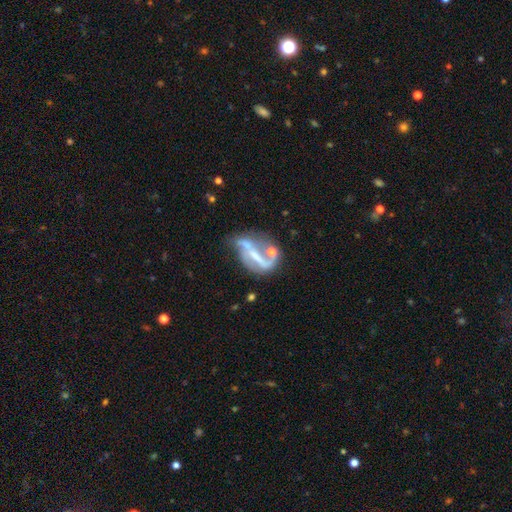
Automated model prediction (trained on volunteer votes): Smooth or featured: featured or disk — 74% (smooth — 16%)
Edge-on disk: no — 91% (yes — 9%)
Bar: strong — 52% (weak — 26%)
Spiral arms: yes — 63% (no — 37%)
Bulge size: small — 39% (none — 32%)
Merging: none — 33% (major disturbance — 26%)